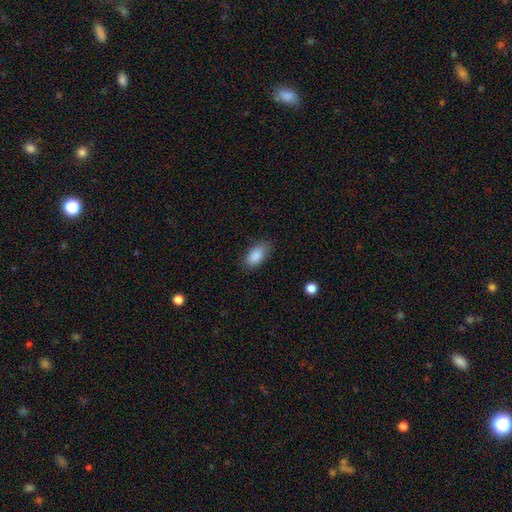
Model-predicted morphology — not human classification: Smooth or featured? Predicted: smooth (p=0.88). How rounded? Predicted: in between (p=0.92). Merging? Predicted: none (p=0.79).